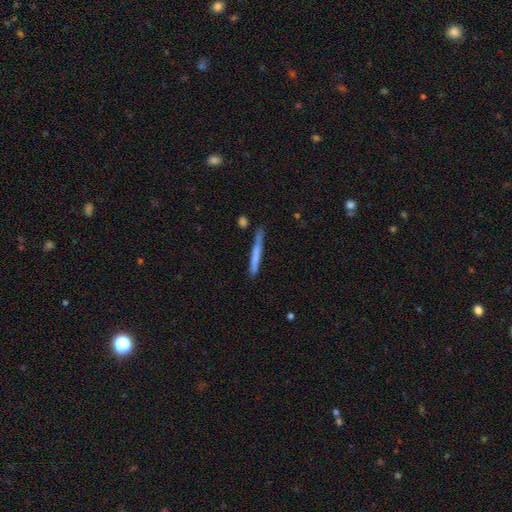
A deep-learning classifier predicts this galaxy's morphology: The model was most divided on "smooth or featured": smooth: 59%, featured or disk: 35%, star or artifact: 6%. More confident: how rounded — cigar-shaped (96%); merging — none (78%).